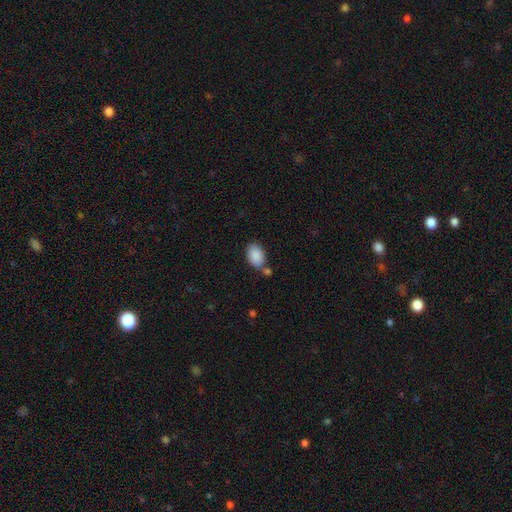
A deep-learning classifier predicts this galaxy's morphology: A smooth galaxy with no disk features (89%) that is in between round and cigar-shaped (92%).

Vote fractions:
- Smooth or featured? smooth: 89% / star or artifact: 7% / featured or disk: 4%
- How rounded? in between: 92% / round: 7% / cigar-shaped: 1%
- Merging? none: 66% / merger: 16% / minor disturbance: 15% / major disturbance: 4%